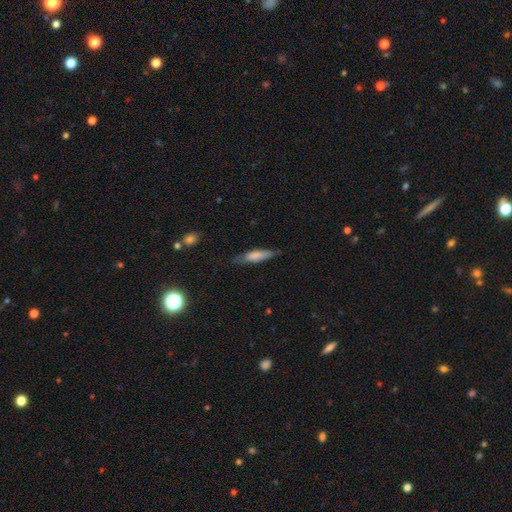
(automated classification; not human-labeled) Morphology: type=smooth (69%); roundness=cigar-shaped (72%); merging=none (69%).